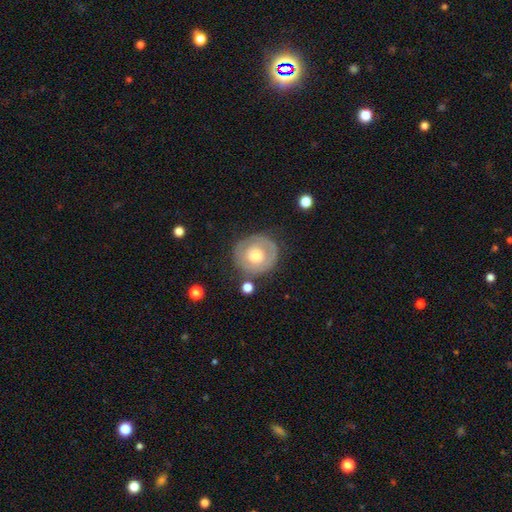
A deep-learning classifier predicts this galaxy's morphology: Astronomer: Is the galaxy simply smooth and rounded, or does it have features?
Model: featured or disk — 54% (runner-up: smooth, 40%).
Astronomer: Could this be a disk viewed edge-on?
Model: no — 96%.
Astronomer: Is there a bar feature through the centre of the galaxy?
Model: no — 84%.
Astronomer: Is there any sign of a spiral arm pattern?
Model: no — 56% (runner-up: yes, 44%).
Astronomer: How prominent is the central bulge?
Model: moderate — 63%.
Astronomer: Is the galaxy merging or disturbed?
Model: none — 75%.